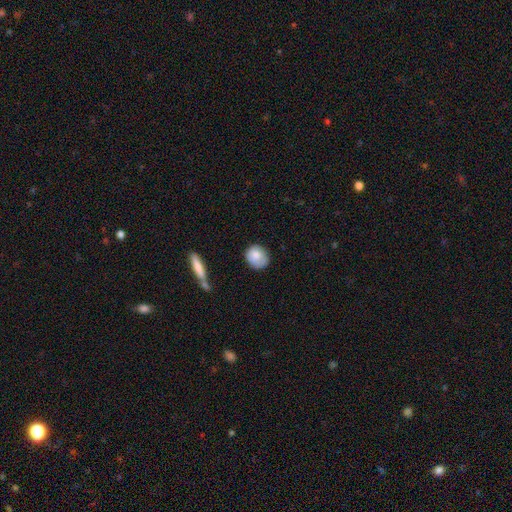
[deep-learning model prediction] Q: Smooth or featured?
A: smooth (79%); runner-up: featured or disk (14%)
Q: How rounded?
A: round (72%); runner-up: in between (26%)
Q: Merging?
A: none (68%); runner-up: minor disturbance (24%)